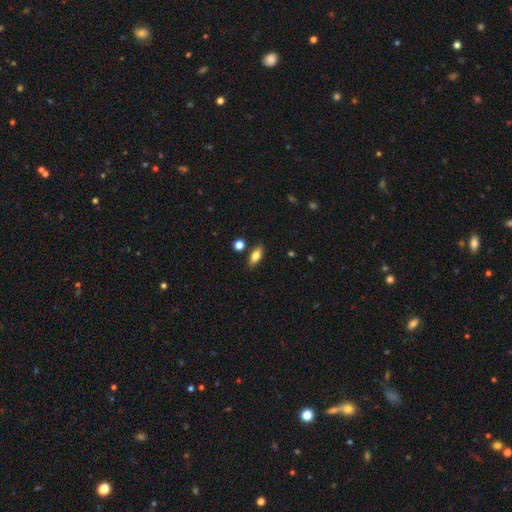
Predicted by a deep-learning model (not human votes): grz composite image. It shows a smooth galaxy with no disk features (72%) that is in between round and cigar-shaped (78%). Merging: none (82%).